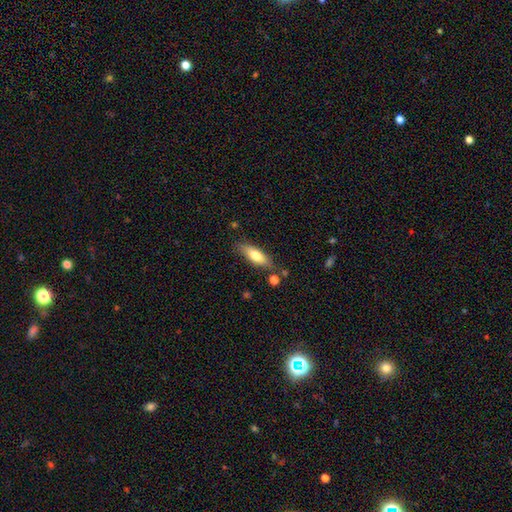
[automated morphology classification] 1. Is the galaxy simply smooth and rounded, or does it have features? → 72% smooth, 22% featured or disk, 7% star or artifact.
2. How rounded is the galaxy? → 58% in between, 40% cigar-shaped, 2% round.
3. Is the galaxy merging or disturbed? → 78% none, 15% minor disturbance, 5% merger, 3% major disturbance.